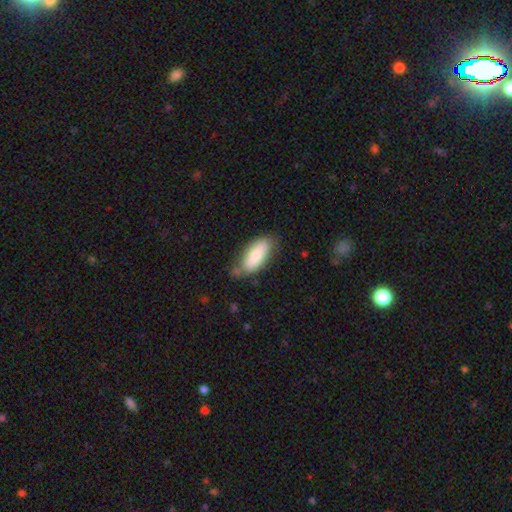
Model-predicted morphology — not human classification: Smooth or featured: smooth — 78% (featured or disk — 16%)
How rounded: in between — 82% (cigar-shaped — 16%)
Merging: none — 65% (minor disturbance — 25%)